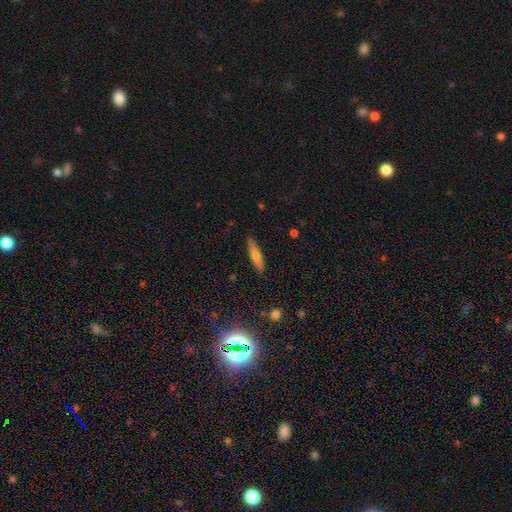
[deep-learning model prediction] smooth-or-featured: smooth: 55% | featured or disk: 32% | star or artifact: 13%
  how-rounded: cigar-shaped: 76% | in between: 21% | round: 3%
  merging: none: 87% | minor disturbance: 9% | major disturbance: 2% | merger: 1%